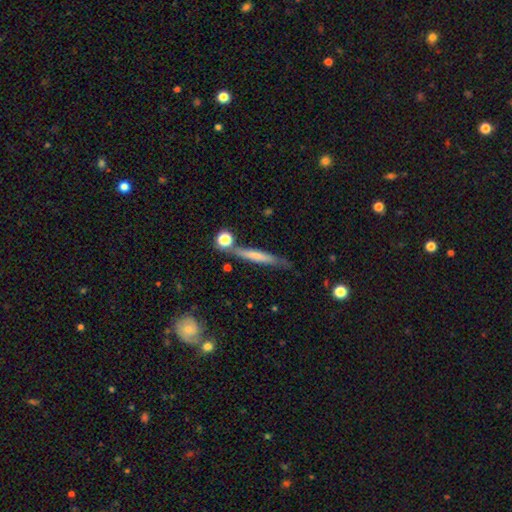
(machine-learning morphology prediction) smooth-or-featured: smooth: 57% | featured or disk: 36% | star or artifact: 7%
  how-rounded: cigar-shaped: 92% | in between: 6% | round: 2%
  merging: none: 68% | minor disturbance: 17% | merger: 10% | major disturbance: 5%